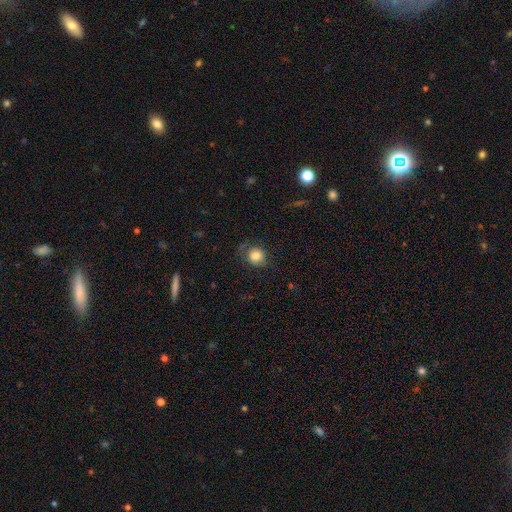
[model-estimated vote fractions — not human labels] smooth-or-featured: smooth: 81% | star or artifact: 10% | featured or disk: 8%
  how-rounded: round: 85% | in between: 14% | cigar-shaped: 1%
  merging: none: 72% | minor disturbance: 19% | major disturbance: 8% | merger: 2%